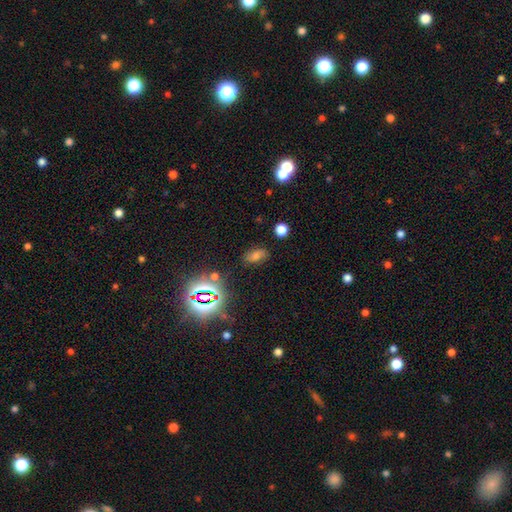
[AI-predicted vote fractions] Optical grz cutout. It shows a smooth galaxy with no disk features (48%). Merging: none (80%).